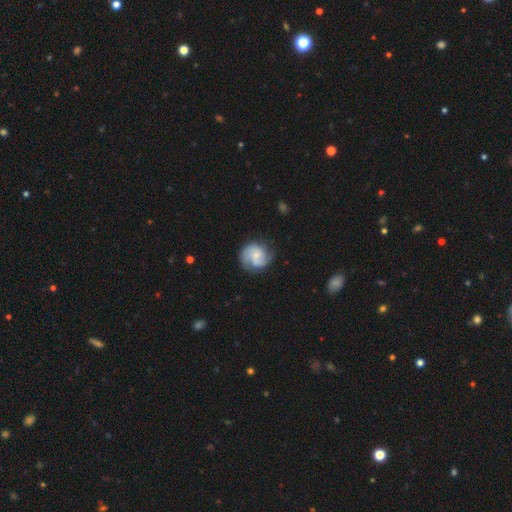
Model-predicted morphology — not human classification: This is likely a featured or disk galaxy (68%). It is clearly not viewed edge-on (98%). Bar: likely no (61%). Spiral arm pattern: clearly yes (93%). Spiral arm count: likely 2 (67%). Spiral winding: possibly medium (47%). Central bulge: likely small (60%). Merging: likely none (73%).